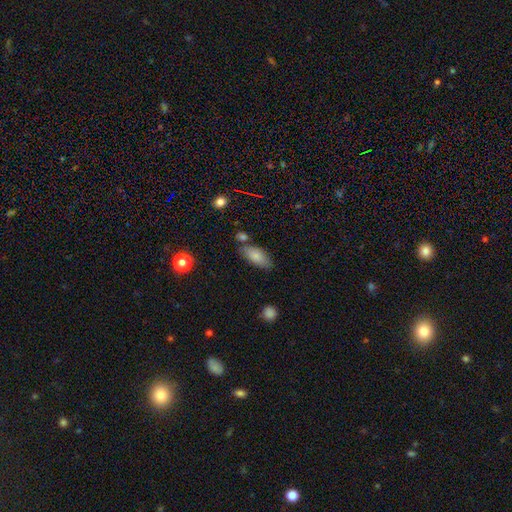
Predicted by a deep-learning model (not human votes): smooth 83%, featured or disk 10%, star or artifact 7%. Down the decision tree: how rounded — in between (86%); merging — none (69%).